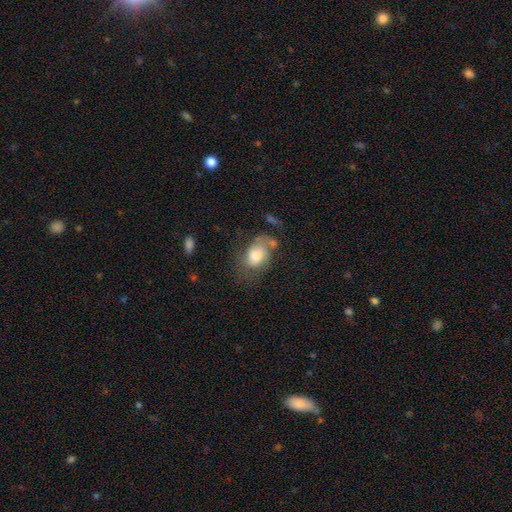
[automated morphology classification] Overall: smooth (69%). How rounded: in between (78%). Merging: none (40%; minor disturbance 26%).